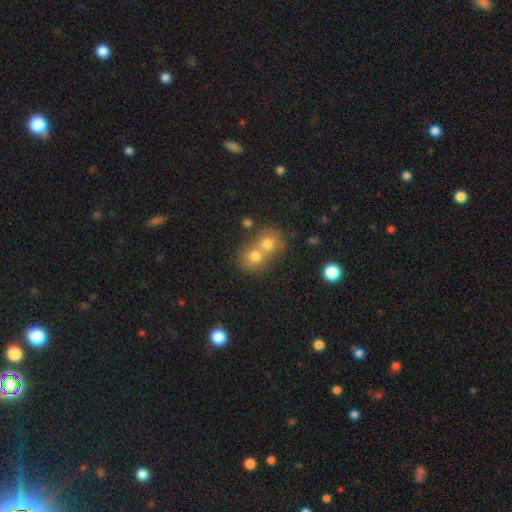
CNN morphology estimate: This appears to be a smooth galaxy with no disk features (71%) that is round (76%). Merging: merger (64%).